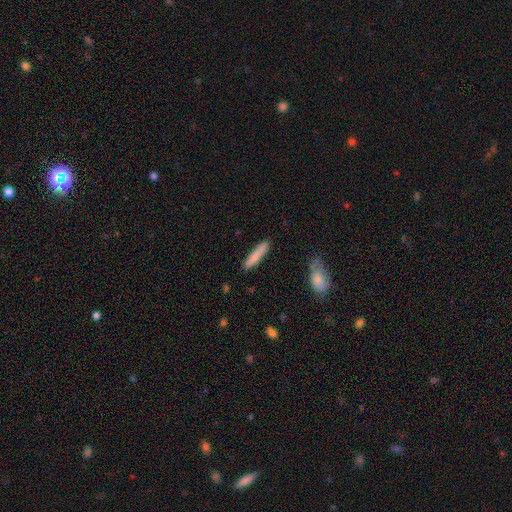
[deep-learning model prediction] smooth-or-featured: smooth: 80% | featured or disk: 14% | star or artifact: 6%
  how-rounded: cigar-shaped: 89% | in between: 10% | round: 1%
  merging: none: 86% | minor disturbance: 10% | merger: 2% | major disturbance: 2%